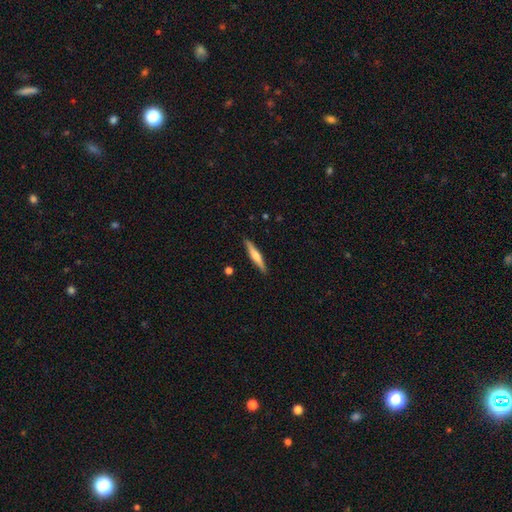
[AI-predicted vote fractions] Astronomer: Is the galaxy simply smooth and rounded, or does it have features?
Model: smooth — 51% (runner-up: featured or disk, 44%).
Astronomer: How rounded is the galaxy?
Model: cigar-shaped — 90%.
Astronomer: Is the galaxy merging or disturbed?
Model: none — 90%.